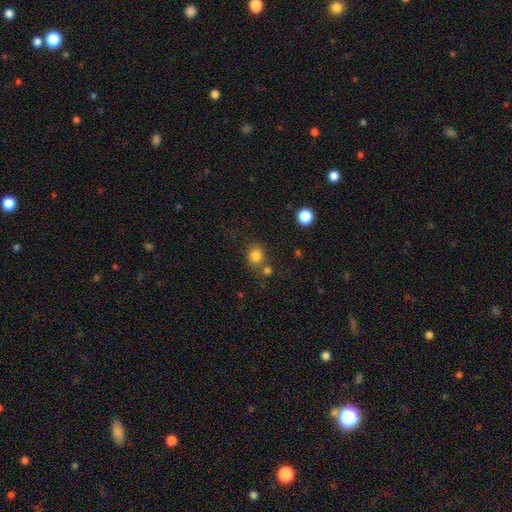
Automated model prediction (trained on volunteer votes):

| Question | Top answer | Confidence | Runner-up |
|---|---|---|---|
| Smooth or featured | smooth | 82% | star or artifact (12%) |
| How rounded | round | 76% | in between (23%) |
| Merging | none | 66% | merger (18%) |